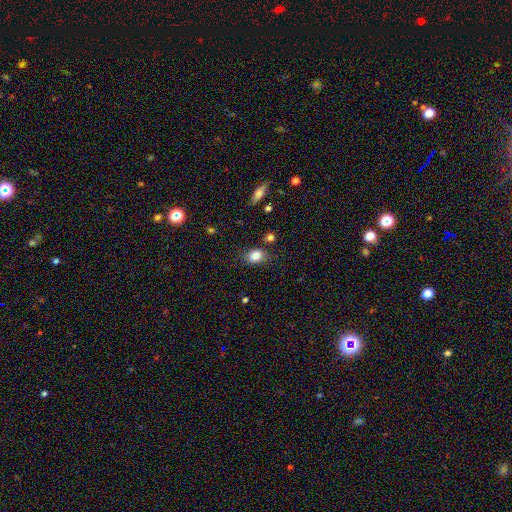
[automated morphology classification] This appears to be a smooth galaxy with no disk features (84%) that is in between round and cigar-shaped (63%). Merging: none (76%).